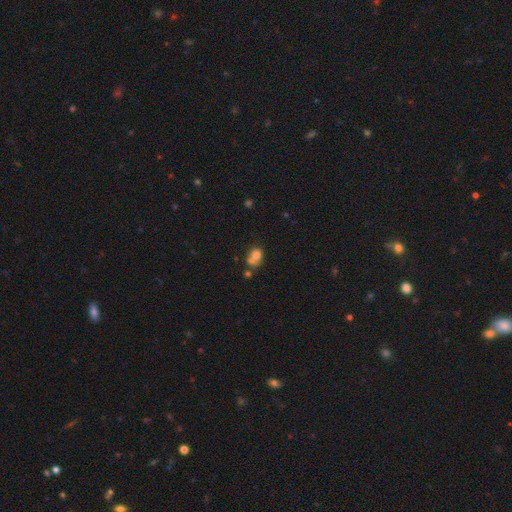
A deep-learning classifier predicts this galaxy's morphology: This appears to be a smooth galaxy with no disk features (71%) that is round (52%). Merging: merger (46%).